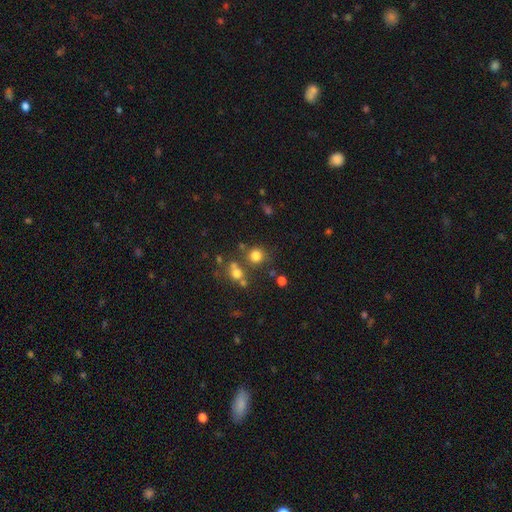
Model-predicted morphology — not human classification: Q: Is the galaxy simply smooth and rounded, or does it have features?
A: smooth — 75%.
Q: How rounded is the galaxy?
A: round — 89%.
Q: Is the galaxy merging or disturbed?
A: none — 70%.